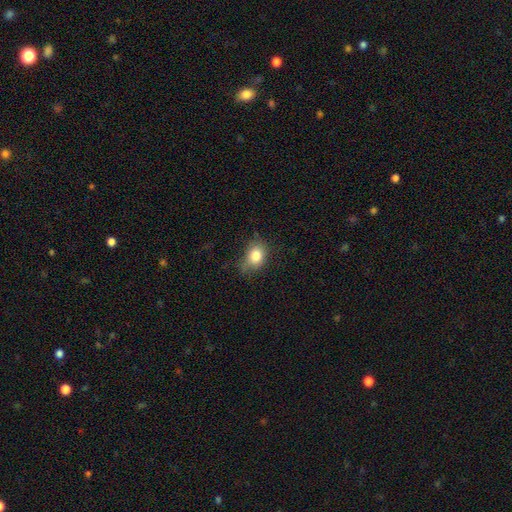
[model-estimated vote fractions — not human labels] smooth_or_featured: smooth (p=0.81) [alt: star or artifact p=0.10]
how_rounded: in between (p=0.68) [alt: round p=0.30]
merging: none (p=0.58) [alt: minor disturbance p=0.31]